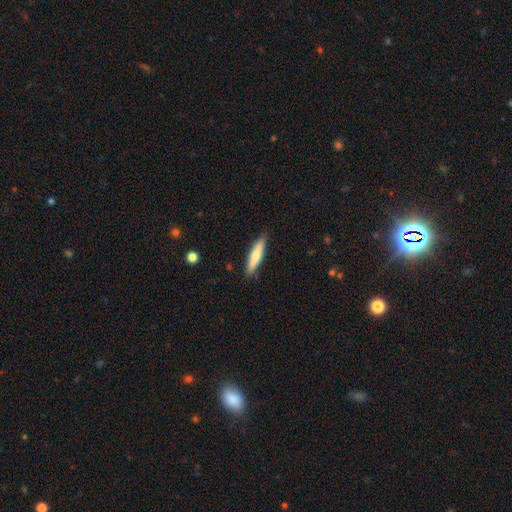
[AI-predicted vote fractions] Morphology: type=smooth (65%); roundness=cigar-shaped (86%); merging=none (88%).